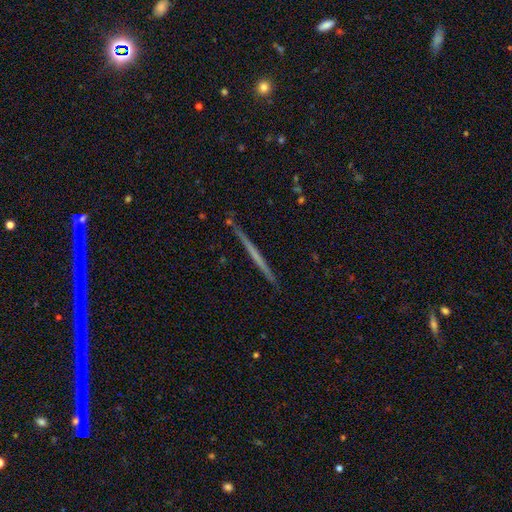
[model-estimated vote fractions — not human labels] featured or disk 61%, smooth 33%, star or artifact 6%. Down the decision tree: edge-on disk — yes (98%); edge-on bulge — none (89%); merging — none (91%).